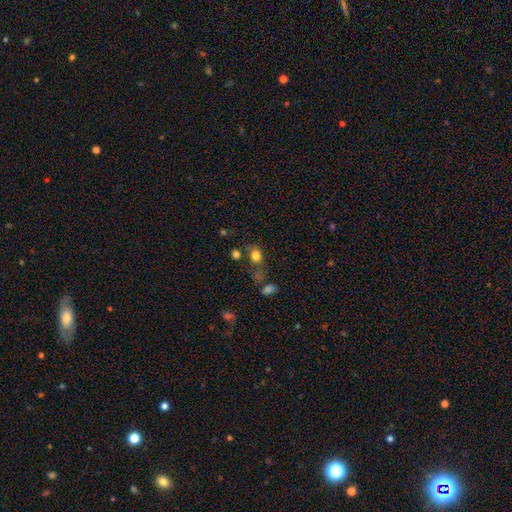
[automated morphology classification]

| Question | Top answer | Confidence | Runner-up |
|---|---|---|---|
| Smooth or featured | smooth | 78% | star or artifact (14%) |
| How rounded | round | 56% | in between (42%) |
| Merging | none | 60% | minor disturbance (17%) |